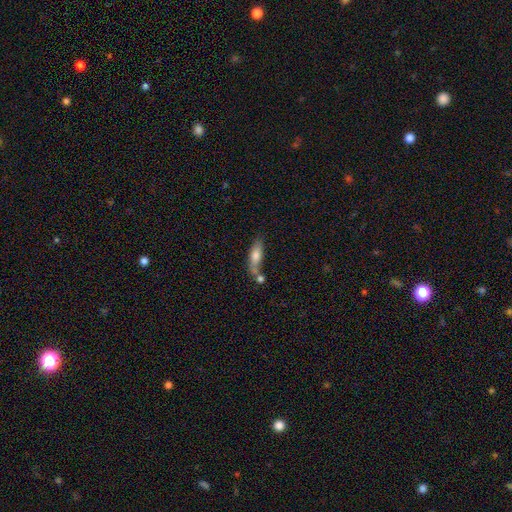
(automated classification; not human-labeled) smooth_or_featured: smooth (p=0.70) [alt: featured or disk p=0.23]
how_rounded: in between (p=0.56) [alt: cigar-shaped p=0.41]
merging: none (p=0.45) [alt: merger p=0.29]